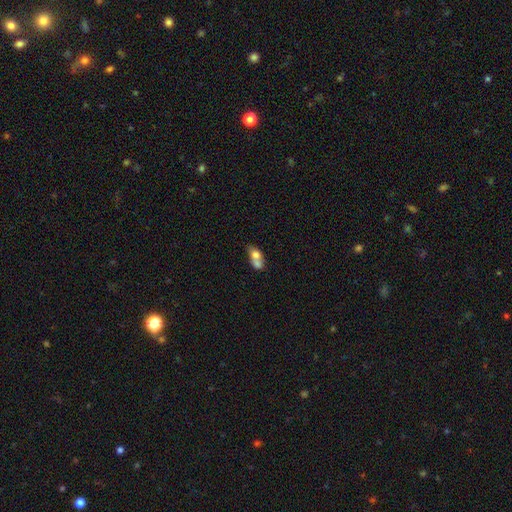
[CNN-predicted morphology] A smooth galaxy with no disk features (65%) that is in between round and cigar-shaped (66%).

Vote fractions:
- Smooth or featured? smooth: 65% / featured or disk: 26% / star or artifact: 8%
- How rounded? in between: 66% / round: 28% / cigar-shaped: 6%
- Merging? merger: 67% / none: 19% / minor disturbance: 9% / major disturbance: 5%